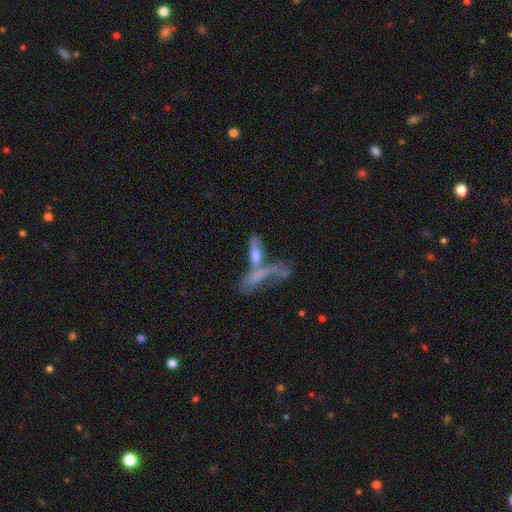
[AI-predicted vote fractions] Q: Smooth or featured?
A: smooth (44%); runner-up: featured or disk (43%)
Q: Merging?
A: merger (54%); runner-up: none (24%)